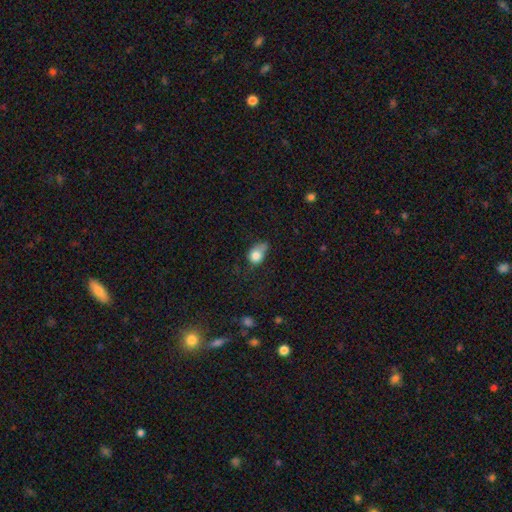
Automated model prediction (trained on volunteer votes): The model was most divided on "merging": minor disturbance: 38%, major disturbance: 28%, none: 27%, merger: 8%. More confident: smooth or featured — smooth (79%); how rounded — in between (59%).